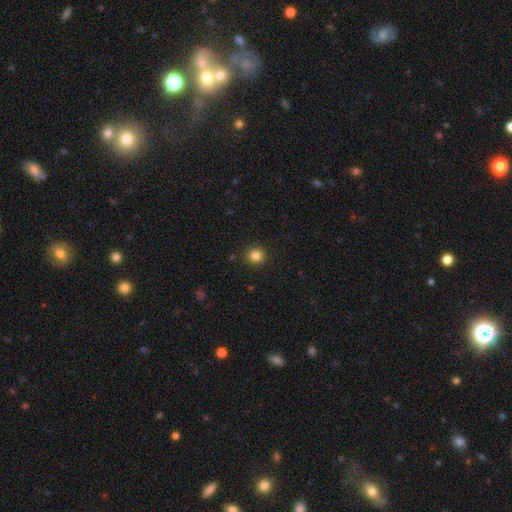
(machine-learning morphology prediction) Smooth or featured?
  - smooth: 83% *
  - star or artifact: 12%
  - featured or disk: 5%
How rounded?
  - round: 93% *
  - in between: 6%
  - cigar-shaped: 1%
Merging?
  - none: 92% *
  - minor disturbance: 5%
  - major disturbance: 2%
  - merger: 1%